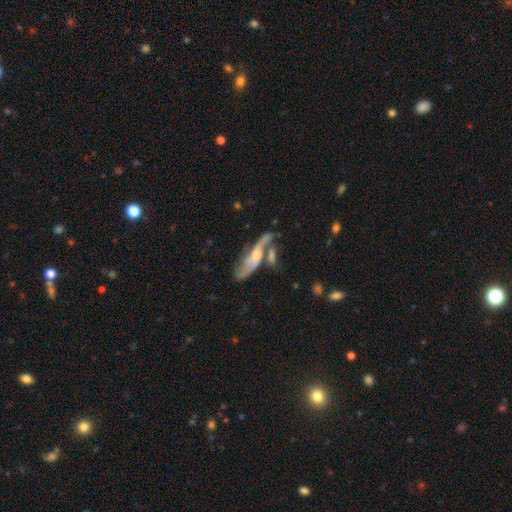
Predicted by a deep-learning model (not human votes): smooth-or-featured: featured or disk: 73% | smooth: 19% | star or artifact: 7%
  disk-edge-on: no: 77% | yes: 23%
    bar: no: 55% | weak: 33% | strong: 12%
    has-spiral-arms: yes: 87% | no: 13%
    bulge-size: moderate: 45% | small: 33% | none: 12% | large: 8% | dominant: 2%
  merging: merger: 35% | none: 33% | minor disturbance: 17% | major disturbance: 15%